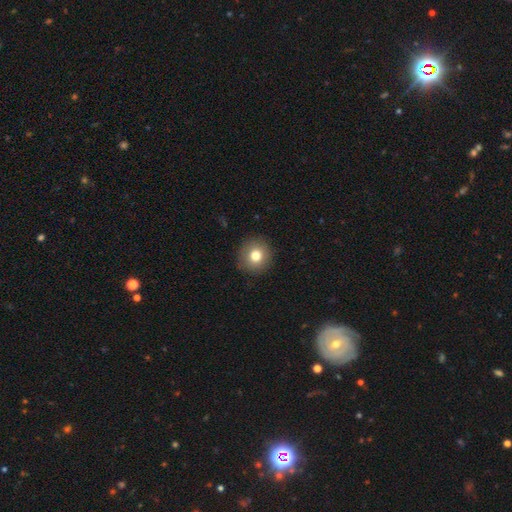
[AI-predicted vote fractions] This appears to be a smooth galaxy with no disk features (79%) that is round (91%). Merging: none (90%).